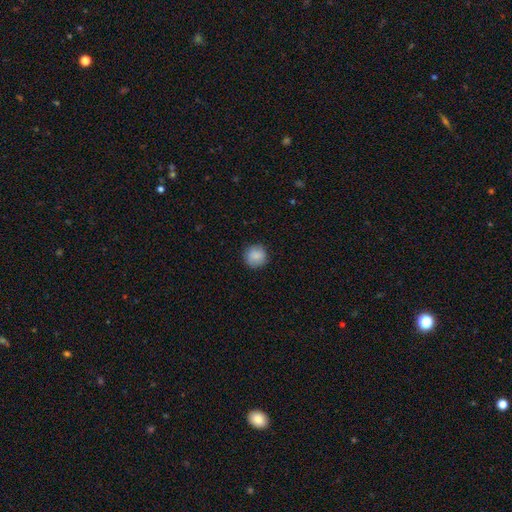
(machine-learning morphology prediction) This appears to be a smooth galaxy with no disk features (88%) that is round (94%). Merging: none (89%).